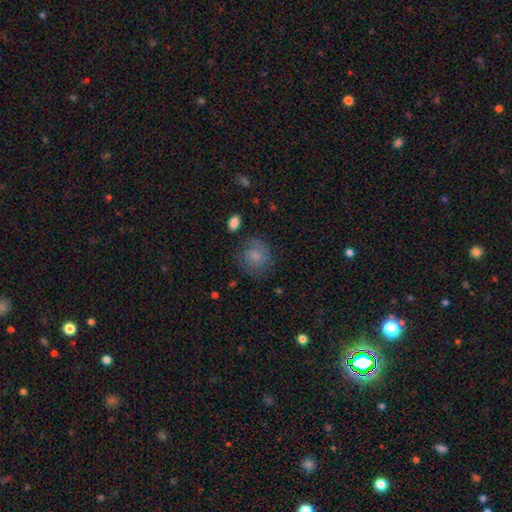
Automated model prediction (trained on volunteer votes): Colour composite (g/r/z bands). It shows a smooth galaxy with no disk features (67%) that is round (80%). Merging: none (70%).